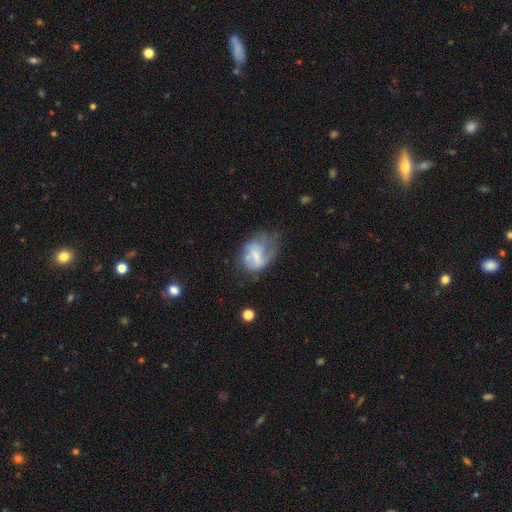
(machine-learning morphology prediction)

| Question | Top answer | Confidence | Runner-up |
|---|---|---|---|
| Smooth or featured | featured or disk | 52% | smooth (39%) |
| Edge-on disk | no | 97% | yes (3%) |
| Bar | no | 43% | weak (42%) |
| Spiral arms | yes | 50% | tied: no (50%) |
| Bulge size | none | 38% | small (32%) |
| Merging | major disturbance | 36% | none (32%) |